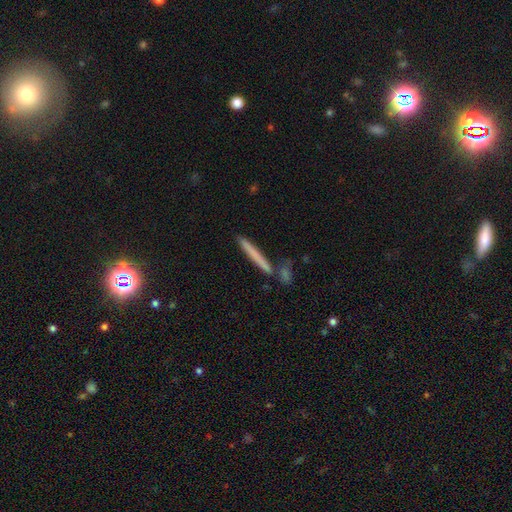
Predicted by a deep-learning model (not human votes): Smooth or featured: smooth — 63% (featured or disk — 30%)
How rounded: cigar-shaped — 96% (in between — 2%)
Merging: none — 81% (minor disturbance — 9%)